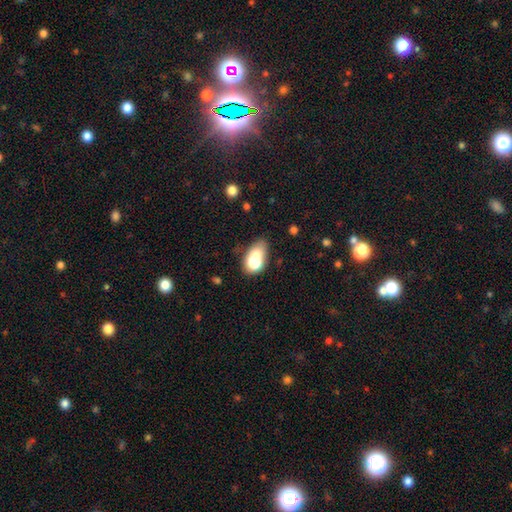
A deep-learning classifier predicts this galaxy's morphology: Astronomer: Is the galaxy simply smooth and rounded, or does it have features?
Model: smooth — 71%.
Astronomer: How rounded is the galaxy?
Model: in between — 84%.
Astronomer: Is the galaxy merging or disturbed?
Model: none — 34% (runner-up: merger, 29%).